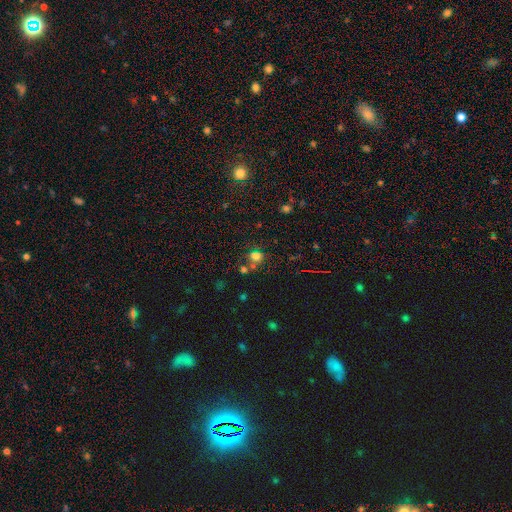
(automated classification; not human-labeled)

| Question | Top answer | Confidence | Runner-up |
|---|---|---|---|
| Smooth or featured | smooth | 68% | star or artifact (24%) |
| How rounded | round | 72% | in between (27%) |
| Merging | none | 62% | merger (20%) |